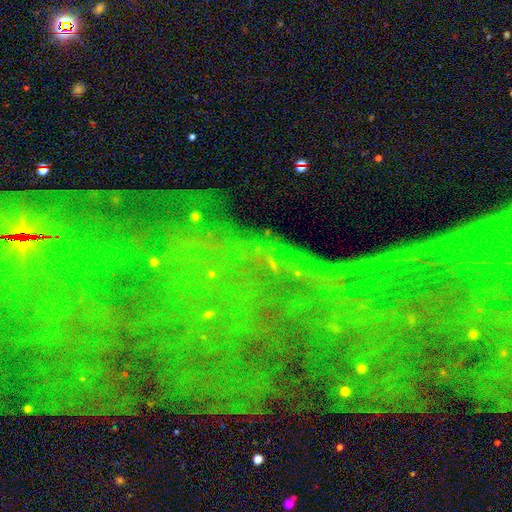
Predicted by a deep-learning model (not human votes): Overall: star or artifact (79%).